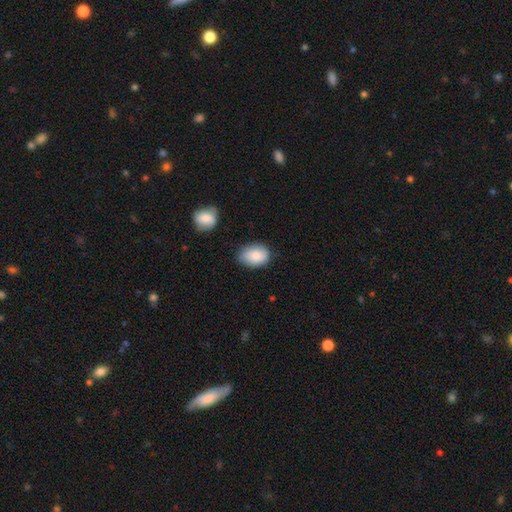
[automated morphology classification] smooth-or-featured: smooth: 84% | featured or disk: 9% | star or artifact: 7%
  how-rounded: in between: 78% | round: 21% | cigar-shaped: 1%
  merging: none: 71% | minor disturbance: 22% | major disturbance: 4% | merger: 3%